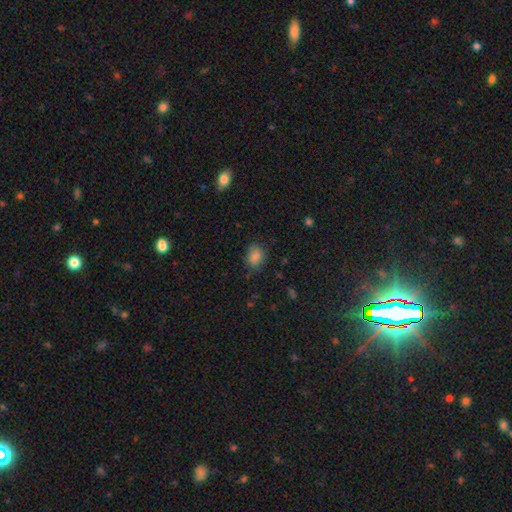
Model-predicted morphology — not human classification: The model was most divided on "how rounded": in between: 60%, round: 39%, cigar-shaped: 1%. More confident: smooth or featured — smooth (84%); merging — none (78%).